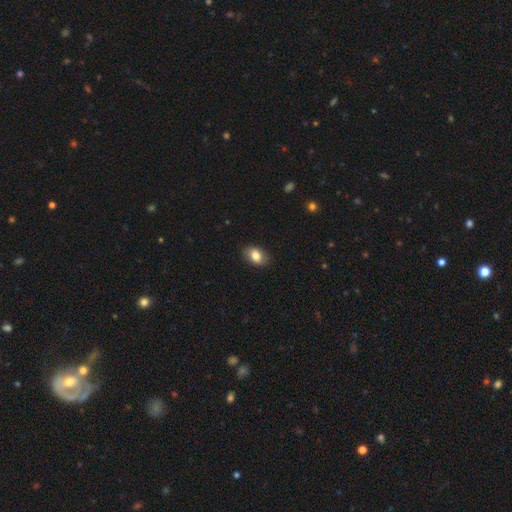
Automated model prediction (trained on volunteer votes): This is clearly a smooth galaxy (83%). How rounded: clearly in between (85%). Merging: clearly none (86%).